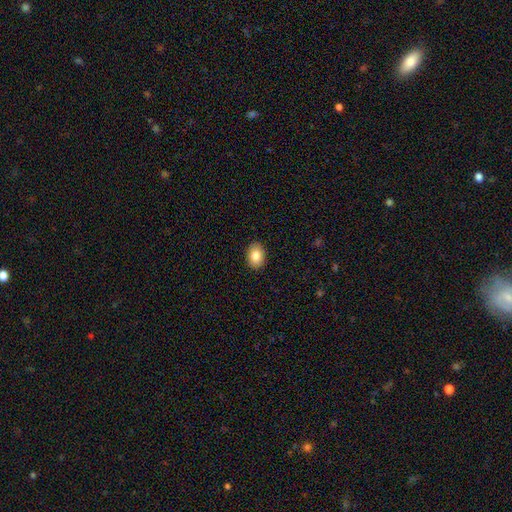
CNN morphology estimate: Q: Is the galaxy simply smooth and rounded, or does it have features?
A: smooth — 84%.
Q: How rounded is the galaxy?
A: in between — 77%.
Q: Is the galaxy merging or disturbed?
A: none — 90%.